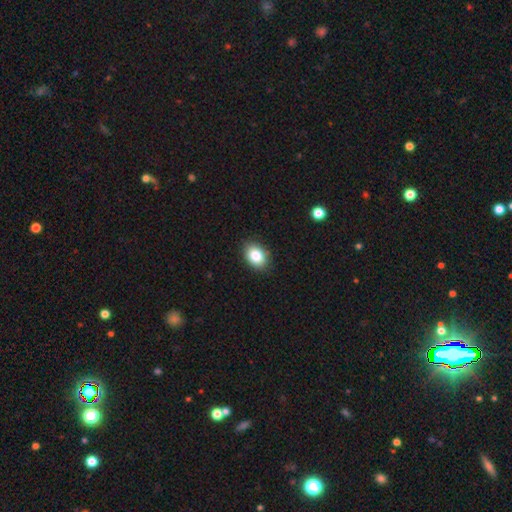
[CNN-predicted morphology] type=smooth (84%); roundness=in between (74%); merging=none (88%).